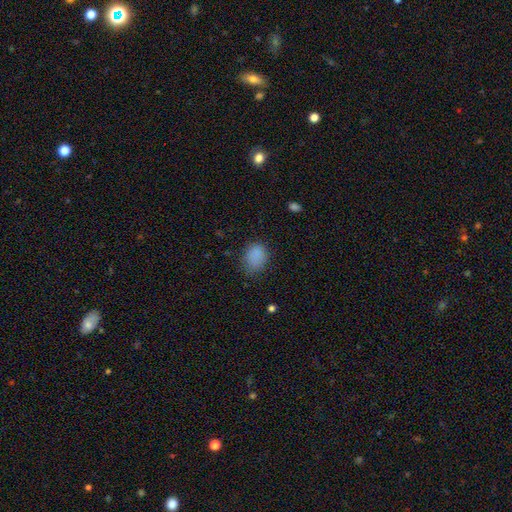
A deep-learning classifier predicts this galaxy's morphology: Smooth or featured? Predicted: smooth (p=0.85). How rounded? Predicted: in between (p=0.60). Merging? Predicted: none (p=0.69).